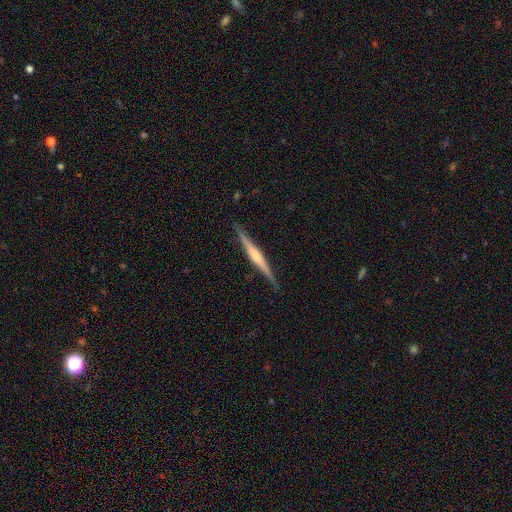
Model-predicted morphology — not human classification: A featured or disk galaxy (72%) viewed edge-on (98%) with a rounded central bulge (59%).

Vote fractions:
- Smooth or featured? featured or disk: 72% / smooth: 23% / star or artifact: 5%
- Edge-on disk? yes: 98% / no: 2%
- Edge-on bulge? rounded: 59% / boxy: 21% / none: 19%
- Merging? none: 90% / minor disturbance: 8% / major disturbance: 1% / merger: 1%